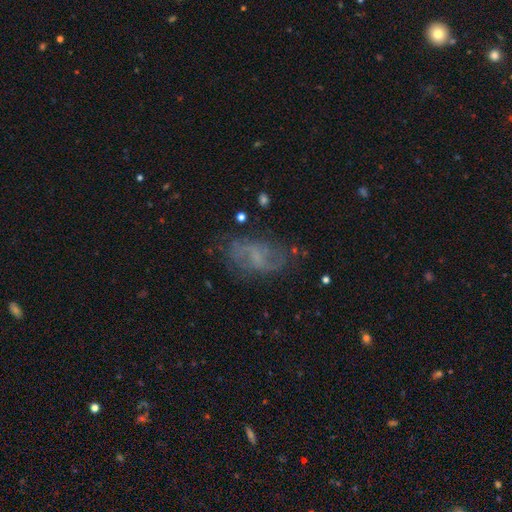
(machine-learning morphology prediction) Smooth or featured? featured or disk (58%)
Edge-on disk? no (96%)
Bar? no (48%)
Spiral arms? yes (73%)
Bulge size? none (51%)
Merging? none (61%)